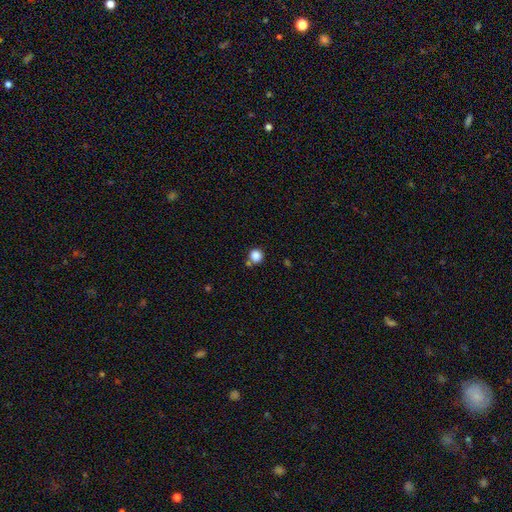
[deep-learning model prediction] A smooth galaxy with no disk features (85%) that is round (93%).

Vote fractions:
- Smooth or featured? smooth: 85% / star or artifact: 11% / featured or disk: 4%
- How rounded? round: 93% / in between: 6% / cigar-shaped: 1%
- Merging? none: 76% / merger: 12% / minor disturbance: 9% / major disturbance: 3%